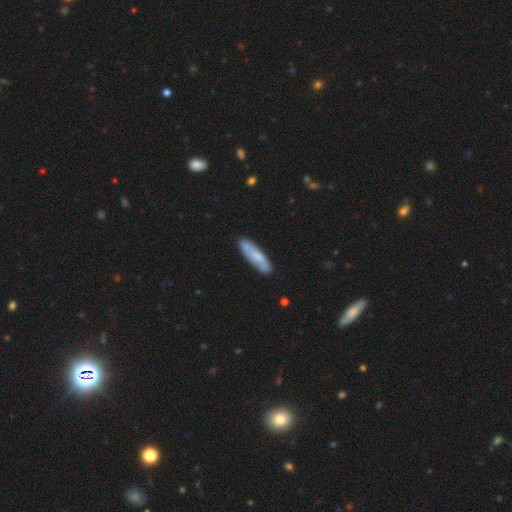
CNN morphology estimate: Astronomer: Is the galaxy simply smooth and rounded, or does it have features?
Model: smooth — 66%.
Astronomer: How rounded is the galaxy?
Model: cigar-shaped — 70%.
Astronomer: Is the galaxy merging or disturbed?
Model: none — 85%.